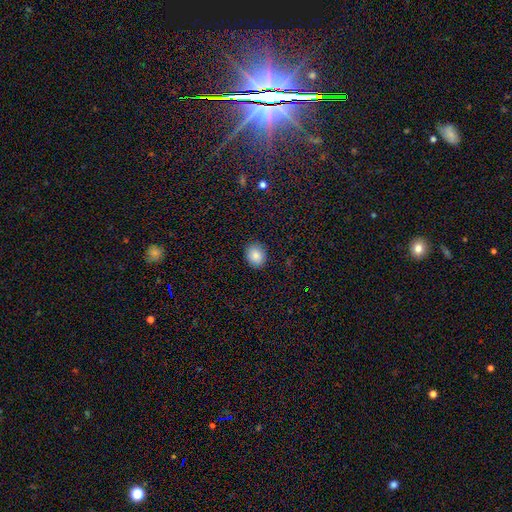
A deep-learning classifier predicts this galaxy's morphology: This appears to be a smooth galaxy with no disk features (86%) that is round (58%). Merging: none (89%).